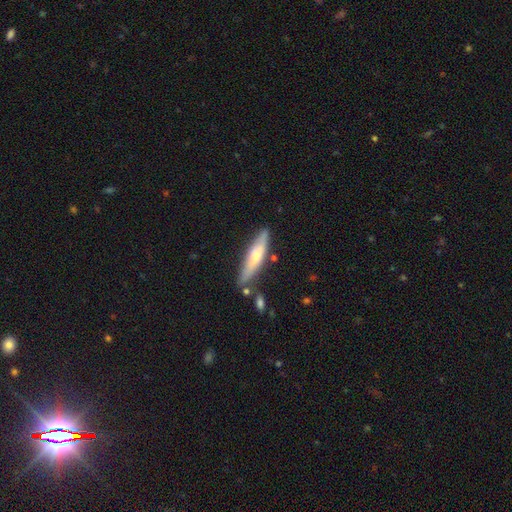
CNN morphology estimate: This appears to be a smooth galaxy with no disk features (53%) that is cigar-shaped (82%). Merging: none (76%).